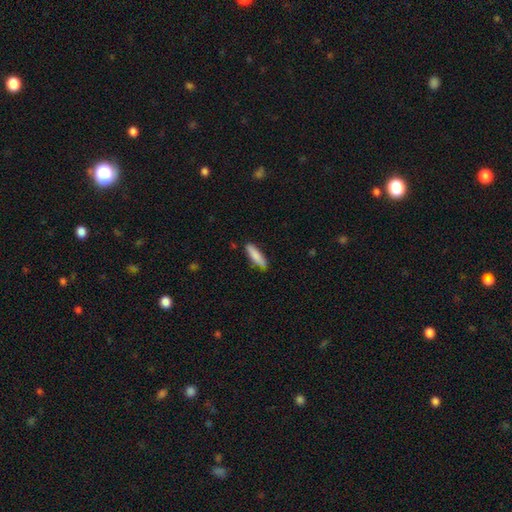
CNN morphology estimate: This appears to be a smooth galaxy with no disk features (86%) that is cigar-shaped (70%). Merging: none (85%).